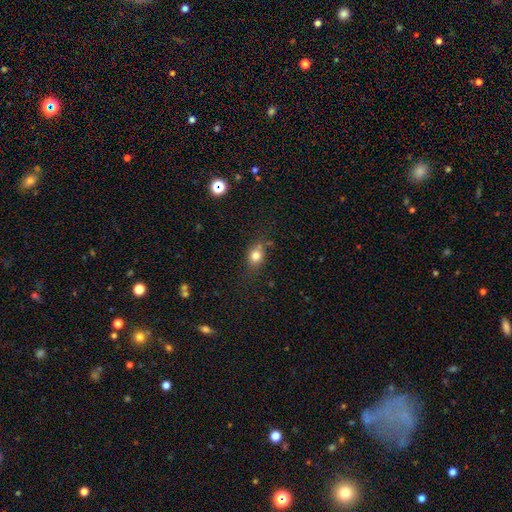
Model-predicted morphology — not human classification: smooth-or-featured: smooth: 79% | star or artifact: 12% | featured or disk: 9%
  how-rounded: round: 61% | in between: 37% | cigar-shaped: 2%
  merging: none: 66% | minor disturbance: 19% | merger: 9% | major disturbance: 6%